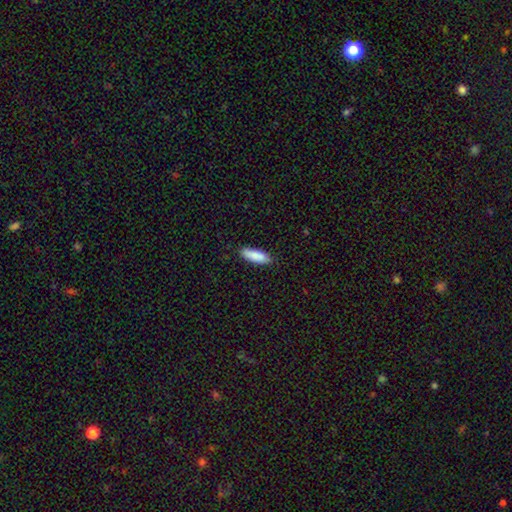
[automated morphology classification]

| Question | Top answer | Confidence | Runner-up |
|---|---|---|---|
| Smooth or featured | smooth | 87% | featured or disk (7%) |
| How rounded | in between | 55% | cigar-shaped (43%) |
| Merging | none | 87% | minor disturbance (10%) |